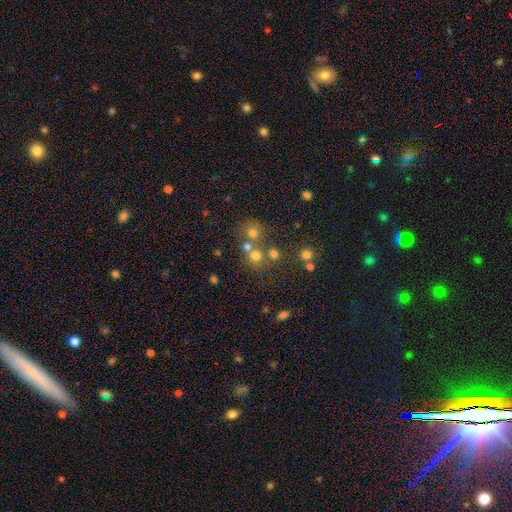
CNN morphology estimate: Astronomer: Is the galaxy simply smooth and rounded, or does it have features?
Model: smooth — 67%.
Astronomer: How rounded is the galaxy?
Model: round — 85%.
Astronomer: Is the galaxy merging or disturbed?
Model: none — 57%.